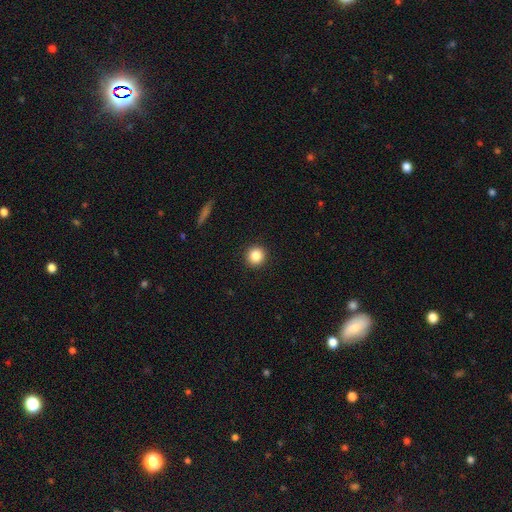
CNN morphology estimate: Q: Smooth or featured?
A: smooth (85%); runner-up: star or artifact (10%)
Q: How rounded?
A: round (93%); runner-up: in between (6%)
Q: Merging?
A: none (93%); runner-up: minor disturbance (5%)